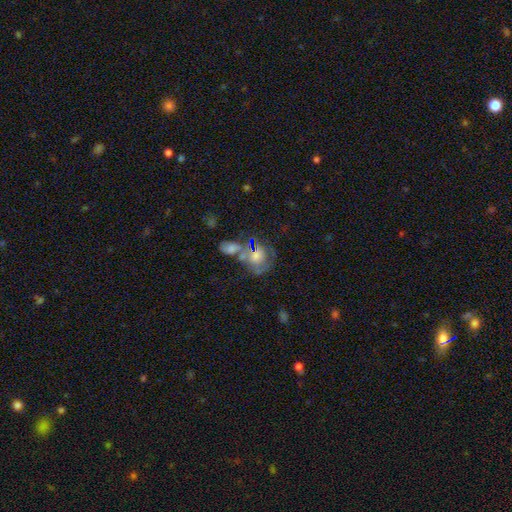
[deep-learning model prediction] This appears to be a featured or disk galaxy (53%) with no bar (71%), spiral arms (66%) and a moderate central bulge (48%). Merging: merger (37%).